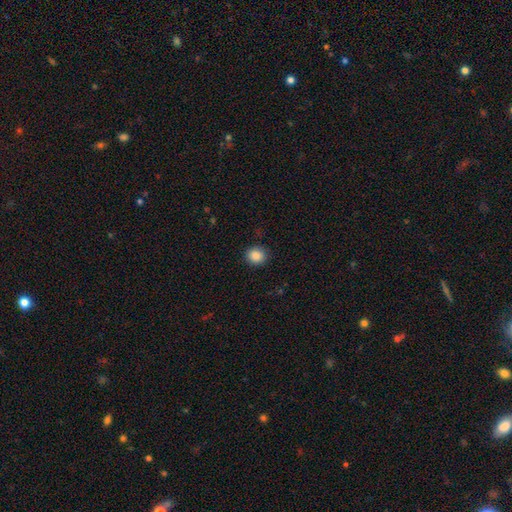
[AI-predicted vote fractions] smooth-or-featured: smooth: 87% | star or artifact: 9% | featured or disk: 4%
  how-rounded: round: 80% | in between: 19% | cigar-shaped: 1%
  merging: none: 90% | minor disturbance: 7% | major disturbance: 2% | merger: 1%